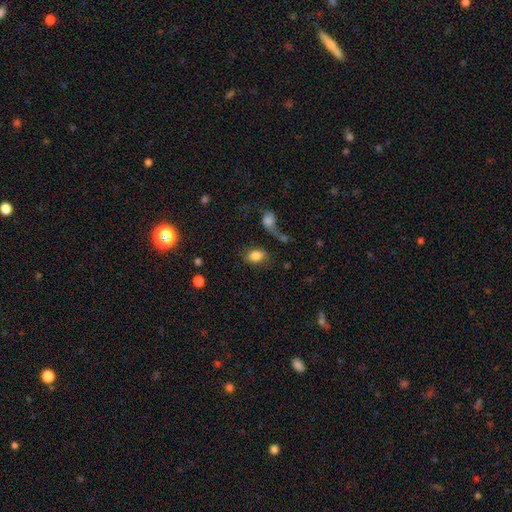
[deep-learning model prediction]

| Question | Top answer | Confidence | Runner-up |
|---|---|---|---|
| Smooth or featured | smooth | 79% | featured or disk (12%) |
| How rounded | in between | 80% | round (18%) |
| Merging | none | 56% | minor disturbance (16%) |